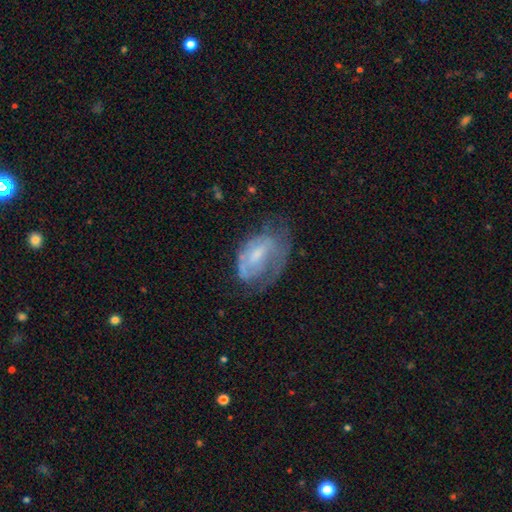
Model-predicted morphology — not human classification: Q: Smooth or featured?
A: featured or disk (64%); runner-up: smooth (28%)
Q: Edge-on disk?
A: no (95%); runner-up: yes (5%)
Q: Bar?
A: no (46%); runner-up: weak (43%)
Q: Spiral arms?
A: yes (67%); runner-up: no (33%)
Q: Bulge size?
A: small (44%); runner-up: moderate (35%)
Q: Merging?
A: none (45%); runner-up: minor disturbance (27%)